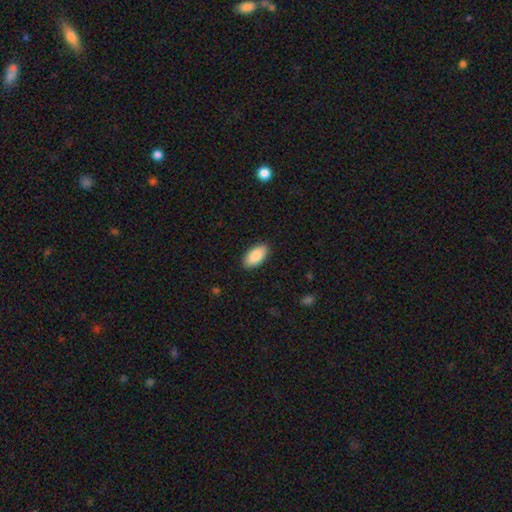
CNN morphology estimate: smooth-or-featured: smooth: 88% | featured or disk: 6% | star or artifact: 6%
  how-rounded: in between: 94% | cigar-shaped: 3% | round: 2%
  merging: none: 89% | minor disturbance: 8% | major disturbance: 2% | merger: 1%